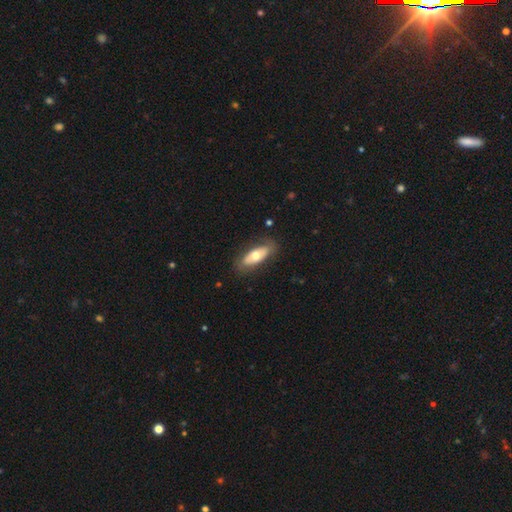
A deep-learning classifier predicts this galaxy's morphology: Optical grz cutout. It shows a smooth galaxy with no disk features (57%) that is in between round and cigar-shaped (76%). Merging: none (81%).